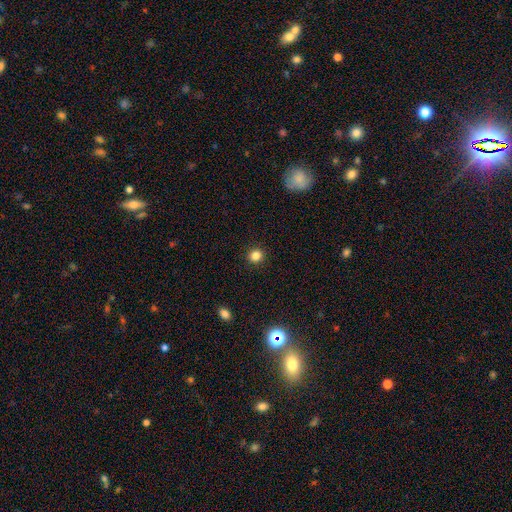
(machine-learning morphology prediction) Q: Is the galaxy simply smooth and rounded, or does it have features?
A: smooth — 84%.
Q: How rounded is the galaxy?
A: round — 92%.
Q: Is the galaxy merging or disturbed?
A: none — 92%.